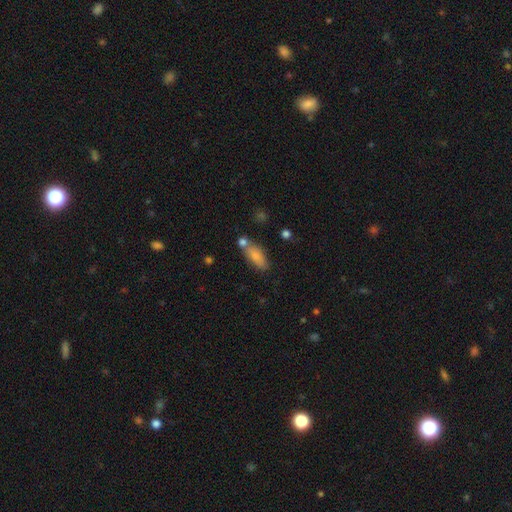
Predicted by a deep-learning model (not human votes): The model was most divided on "merging": none: 59%, merger: 20%, minor disturbance: 16%, major disturbance: 5%. More confident: smooth or featured — smooth (78%); how rounded — in between (76%).